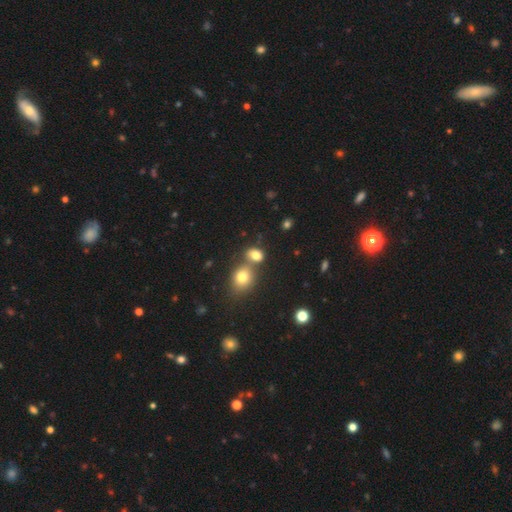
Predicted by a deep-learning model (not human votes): Smooth or featured? Predicted: smooth (p=0.78). How rounded? Predicted: in between (p=0.65). Merging? Predicted: none (p=0.46).